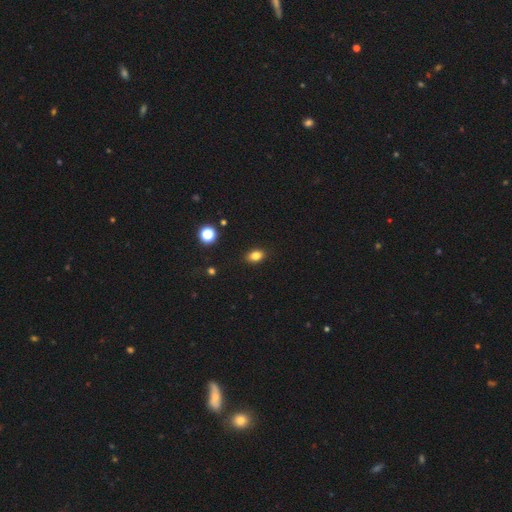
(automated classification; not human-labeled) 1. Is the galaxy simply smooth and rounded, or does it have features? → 82% smooth, 12% star or artifact, 6% featured or disk.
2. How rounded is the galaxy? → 78% in between, 21% round, 2% cigar-shaped.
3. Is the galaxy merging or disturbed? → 88% none, 9% minor disturbance, 2% major disturbance, 1% merger.